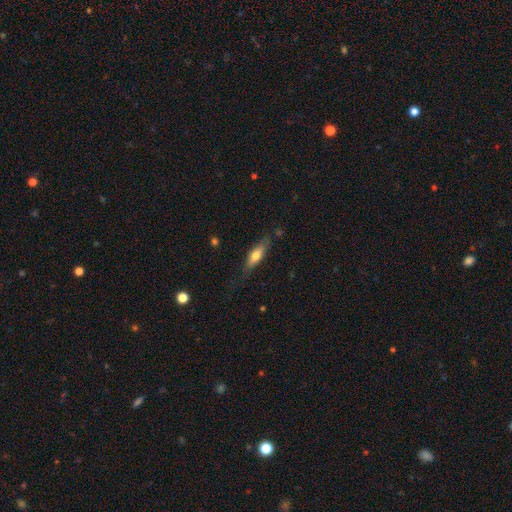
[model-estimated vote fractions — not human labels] The model was most divided on "how rounded": cigar-shaped: 53%, in between: 44%, round: 2%. More confident: merging — none (73%); smooth or featured — smooth (62%).